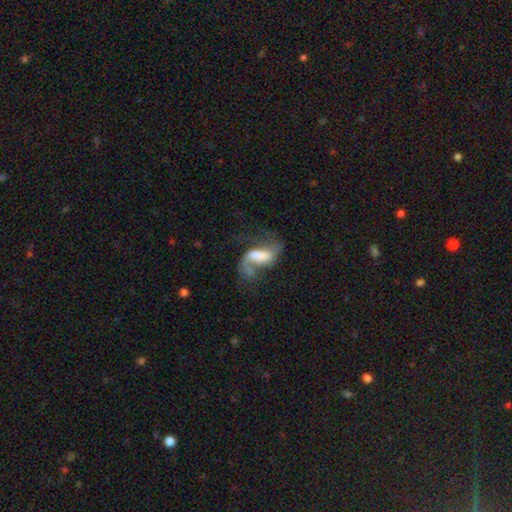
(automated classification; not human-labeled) Smooth or featured? Predicted: featured or disk (p=0.73). Edge-on disk? Predicted: no (p=0.95). Bar? Predicted: weak (p=0.40). Spiral arms? Predicted: yes (p=0.88). Spiral winding? Predicted: loose (p=0.67). Spiral arm count? Predicted: 2 (p=0.74). Bulge size? Predicted: moderate (p=0.27, tied with none). Merging? Predicted: none (p=0.41).